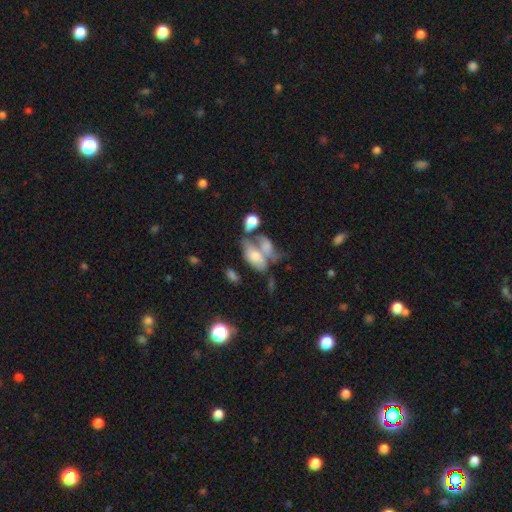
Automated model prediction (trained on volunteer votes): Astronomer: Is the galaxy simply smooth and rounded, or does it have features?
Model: smooth — 62%.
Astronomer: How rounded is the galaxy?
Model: in between — 87%.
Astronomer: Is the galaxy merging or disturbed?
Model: merger — 50%.